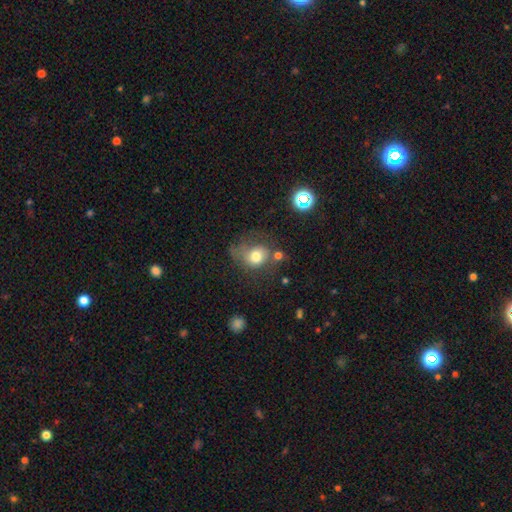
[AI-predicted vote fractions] Smooth or featured? Predicted: smooth (p=0.68). How rounded? Predicted: round (p=0.61). Merging? Predicted: none (p=0.38).